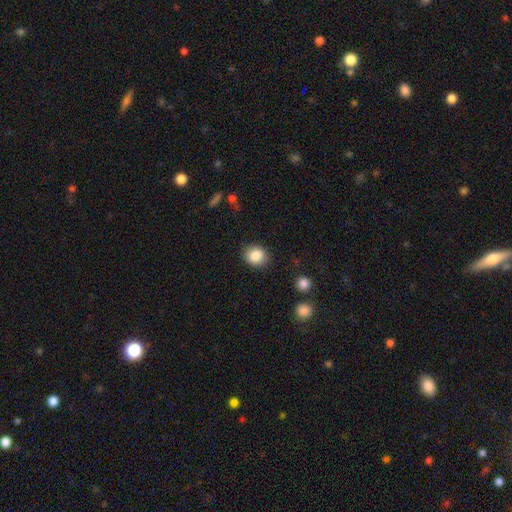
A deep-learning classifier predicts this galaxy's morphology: Smooth or featured? smooth (85%)
How rounded? round (65%)
Merging? none (87%)